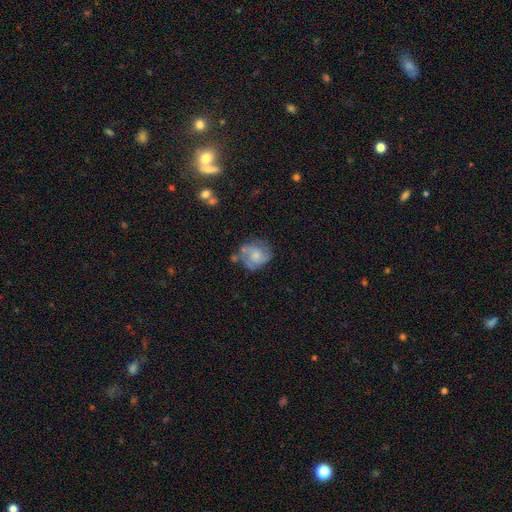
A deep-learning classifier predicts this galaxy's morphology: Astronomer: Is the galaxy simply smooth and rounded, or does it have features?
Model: featured or disk — 55% (runner-up: smooth, 37%).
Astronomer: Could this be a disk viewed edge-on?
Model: no — 98%.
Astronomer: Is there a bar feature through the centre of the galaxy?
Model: no — 78%.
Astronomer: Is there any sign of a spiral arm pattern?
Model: yes — 74%.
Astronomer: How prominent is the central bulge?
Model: small — 42% (runner-up: moderate, 39%).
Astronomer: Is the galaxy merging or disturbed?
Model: none — 51% (runner-up: minor disturbance, 27%).